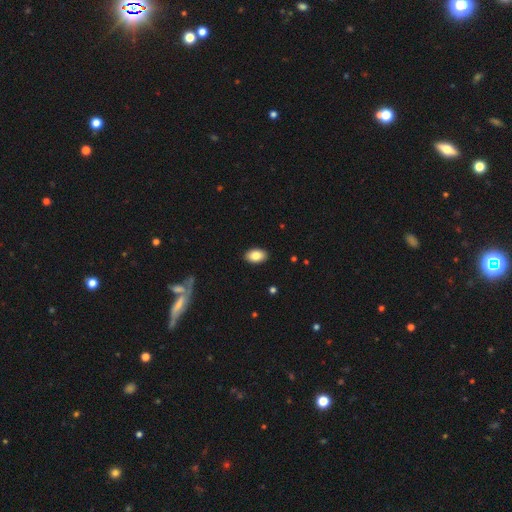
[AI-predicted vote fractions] Morphology: type=smooth (85%); roundness=in between (92%); merging=none (90%).